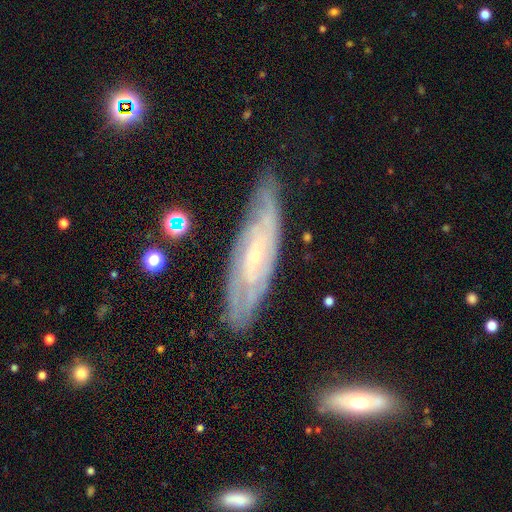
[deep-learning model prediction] Q: Smooth or featured?
A: featured or disk (81%); runner-up: smooth (12%)
Q: Edge-on disk?
A: no (79%); runner-up: yes (21%)
Q: Bar?
A: no (55%); runner-up: weak (35%)
Q: Spiral arms?
A: yes (94%); runner-up: no (6%)
Q: Spiral winding?
A: tight (68%); runner-up: medium (26%)
Q: Spiral arm count?
A: can't tell (48%); runner-up: 2 (21%)
Q: Bulge size?
A: small (77%); runner-up: moderate (18%)
Q: Merging?
A: none (76%); runner-up: minor disturbance (18%)